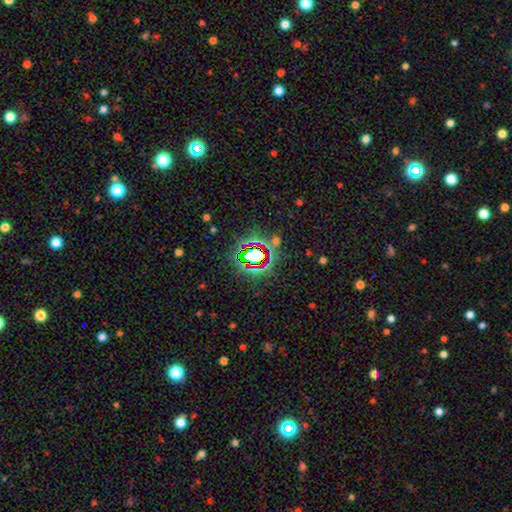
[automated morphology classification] Smooth or featured: star or artifact — 72% (smooth — 17%)